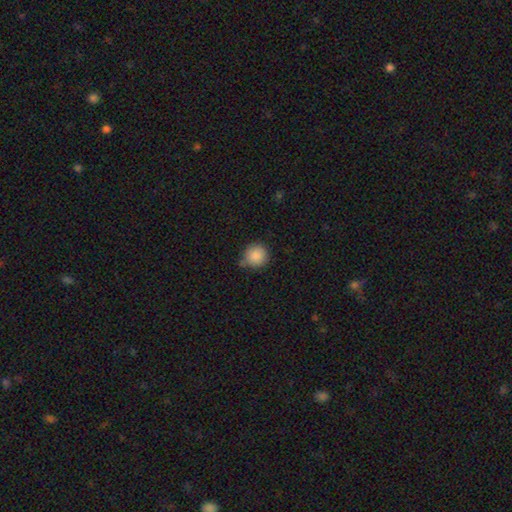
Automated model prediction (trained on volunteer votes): Q: Smooth or featured?
A: smooth (87%); runner-up: star or artifact (9%)
Q: How rounded?
A: round (92%); runner-up: in between (7%)
Q: Merging?
A: none (72%); runner-up: minor disturbance (20%)